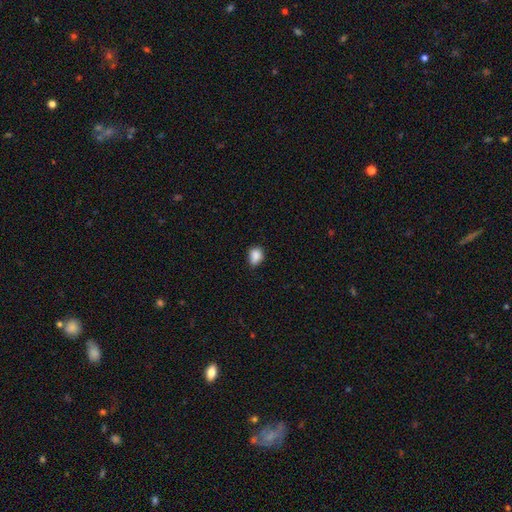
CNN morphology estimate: type=smooth (87%); roundness=in between (55%); merging=none (65%).